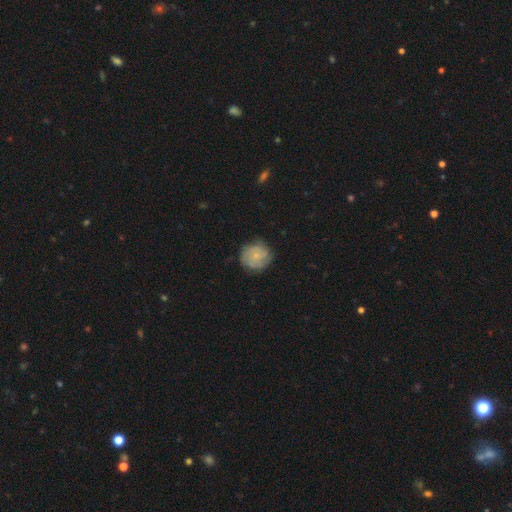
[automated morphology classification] smooth 54%, featured or disk 38%, star or artifact 8%. Down the decision tree: how rounded — round (91%); merging — none (77%).